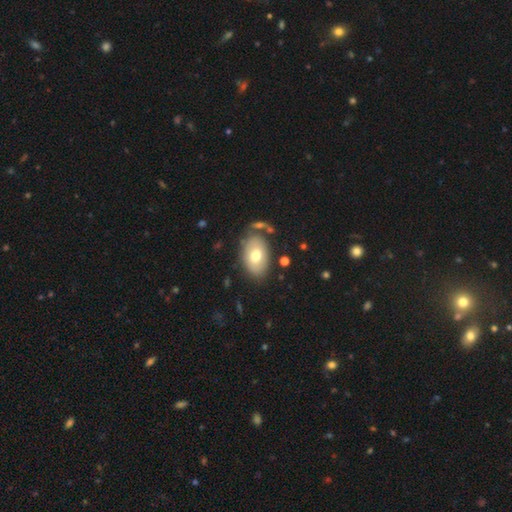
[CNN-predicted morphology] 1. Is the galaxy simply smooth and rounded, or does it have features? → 71% smooth, 21% featured or disk, 7% star or artifact.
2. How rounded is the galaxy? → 89% in between, 10% round, 1% cigar-shaped.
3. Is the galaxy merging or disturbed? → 74% none, 15% minor disturbance, 7% merger, 5% major disturbance.